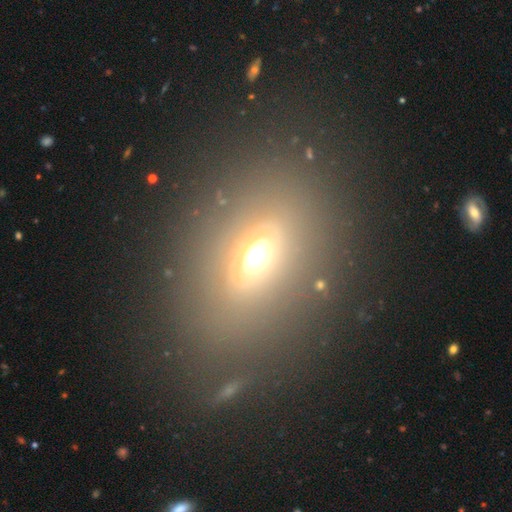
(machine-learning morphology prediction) Smooth or featured? Predicted: smooth (p=0.54). How rounded? Predicted: in between (p=0.66). Merging? Predicted: none (p=0.77).